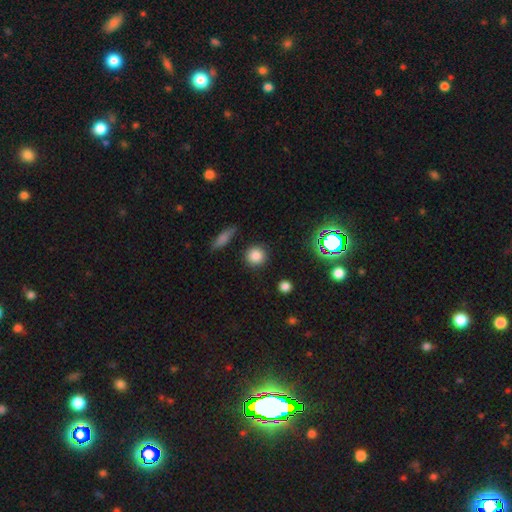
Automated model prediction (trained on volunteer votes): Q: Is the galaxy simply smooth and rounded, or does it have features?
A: smooth — 81%.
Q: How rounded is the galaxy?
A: round — 91%.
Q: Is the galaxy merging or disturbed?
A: none — 88%.